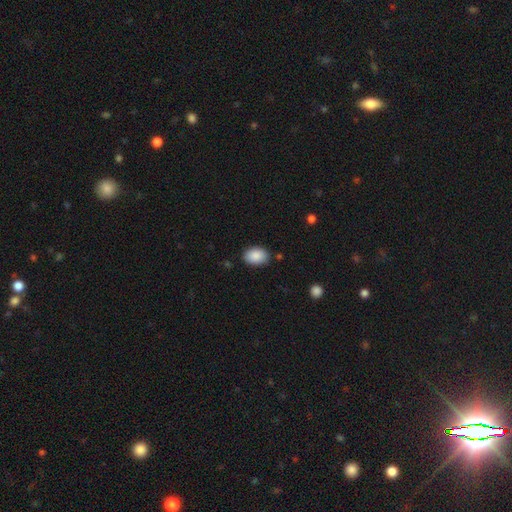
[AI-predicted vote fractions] A smooth galaxy with no disk features (89%) that is in between round and cigar-shaped (85%).

Vote fractions:
- Smooth or featured? smooth: 89% / star or artifact: 7% / featured or disk: 4%
- How rounded? in between: 85% / round: 14% / cigar-shaped: 1%
- Merging? none: 84% / minor disturbance: 12% / major disturbance: 3% / merger: 2%